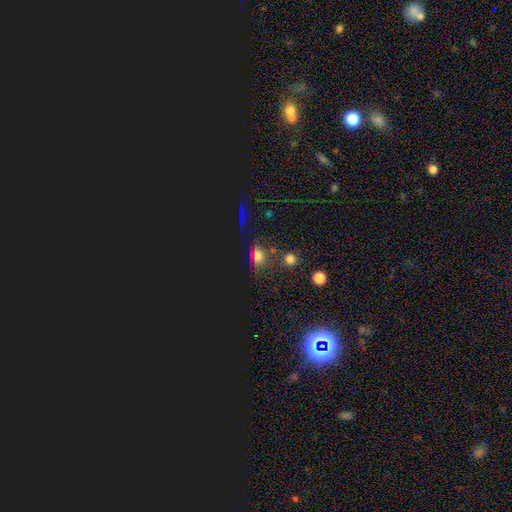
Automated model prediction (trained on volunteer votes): Smooth or featured: smooth — 53% (star or artifact — 38%)
How rounded: round — 54% (in between — 43%)
Merging: none — 69% (minor disturbance — 13%)